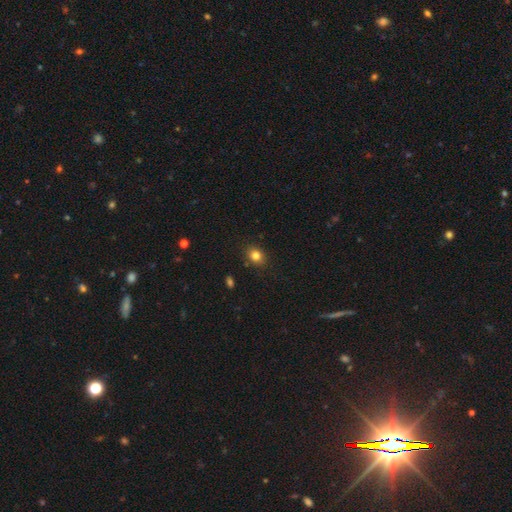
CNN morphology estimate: This is clearly a smooth galaxy (82%). How rounded: possibly round (57%). Merging: clearly none (86%).